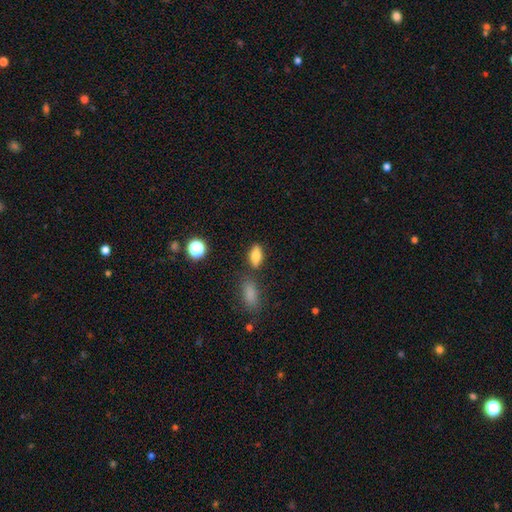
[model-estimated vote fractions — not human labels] A smooth galaxy with no disk features (81%) that is in between round and cigar-shaped (83%). Merging: none (74%).